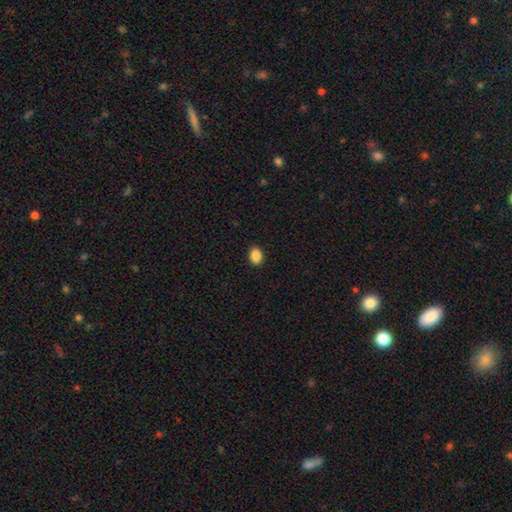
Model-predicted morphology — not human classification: Smooth or featured? Predicted: smooth (p=0.88). How rounded? Predicted: in between (p=0.72). Merging? Predicted: none (p=0.90).